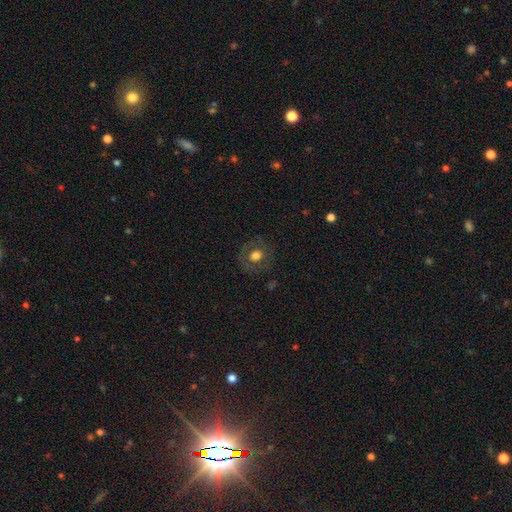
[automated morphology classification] The model was most divided on "smooth or featured": smooth: 55%, featured or disk: 35%, star or artifact: 10%. More confident: how rounded — round (80%); merging — none (79%).